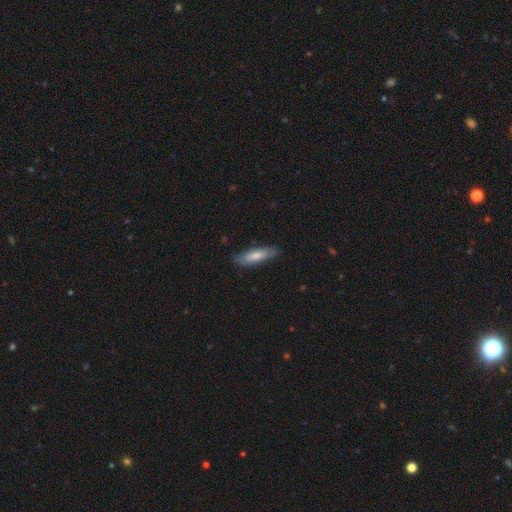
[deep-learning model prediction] smooth-or-featured: smooth: 70% | featured or disk: 25% | star or artifact: 5%
  how-rounded: cigar-shaped: 60% | in between: 38% | round: 2%
  merging: none: 80% | minor disturbance: 16% | major disturbance: 3% | merger: 1%